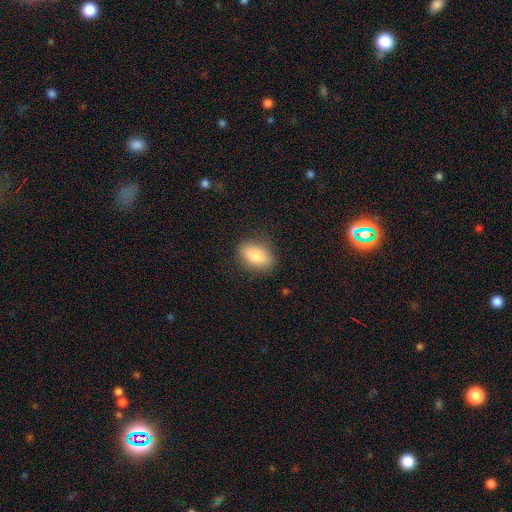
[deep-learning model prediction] A smooth galaxy with no disk features (82%) that is in between round and cigar-shaped (85%).

Vote fractions:
- Smooth or featured? smooth: 82% / featured or disk: 10% / star or artifact: 7%
- How rounded? in between: 85% / round: 12% / cigar-shaped: 3%
- Merging? none: 85% / minor disturbance: 11% / major disturbance: 3% / merger: 1%